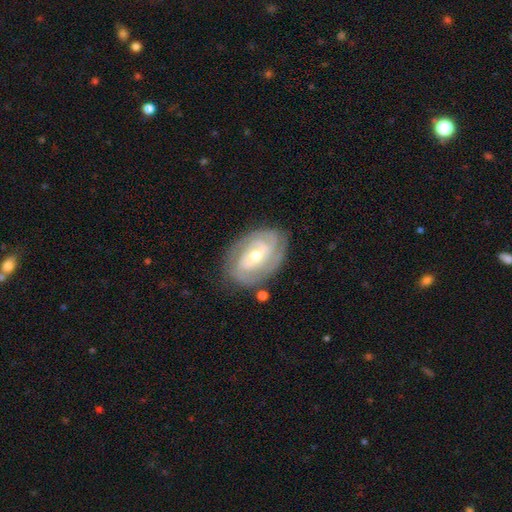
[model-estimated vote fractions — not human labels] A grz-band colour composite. It shows a featured or disk galaxy (85%) with a weak bar (41%), 2 (37%) tight (69%) spiral arms (95%) and a moderate central bulge (49%). Merging: none (79%).